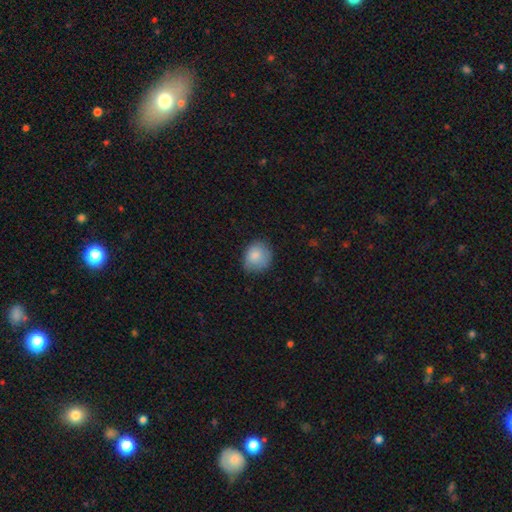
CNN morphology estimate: smooth_or_featured: smooth (p=0.84) [alt: featured or disk p=0.08]
how_rounded: round (p=0.68) [alt: in between p=0.31]
merging: none (p=0.71) [alt: minor disturbance p=0.23]